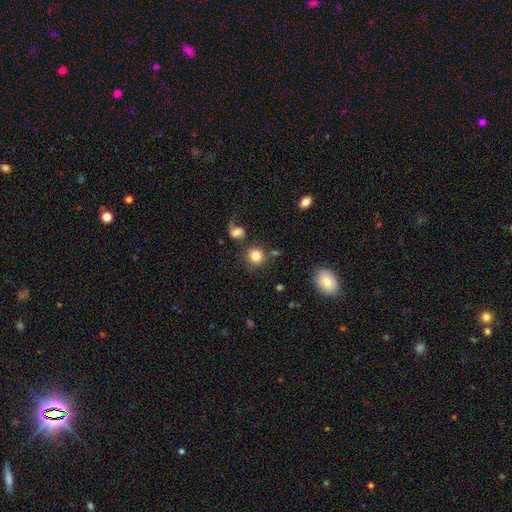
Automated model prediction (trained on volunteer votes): Morphology: type=smooth (83%); roundness=round (90%); merging=none (76%).